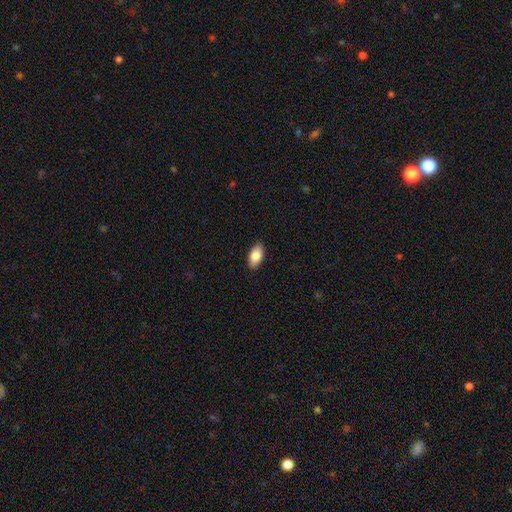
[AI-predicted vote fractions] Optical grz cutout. It shows a smooth galaxy with no disk features (86%) that is in between round and cigar-shaped (94%). Merging: none (90%).